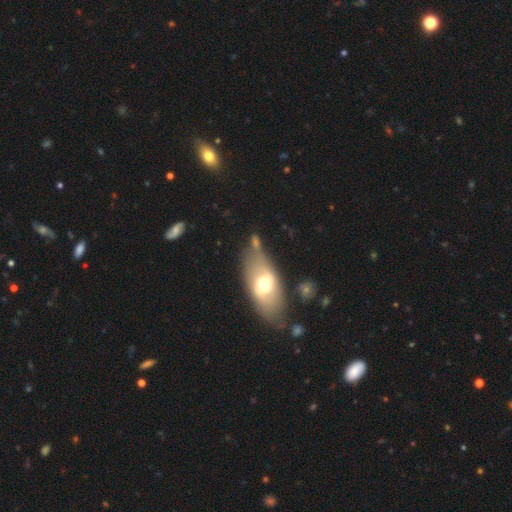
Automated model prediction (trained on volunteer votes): Smooth or featured?
  - smooth: 48% *
  - featured or disk: 44%
  - star or artifact: 8%
Merging?
  - none: 67% *
  - minor disturbance: 20%
  - merger: 8%
  - major disturbance: 6%